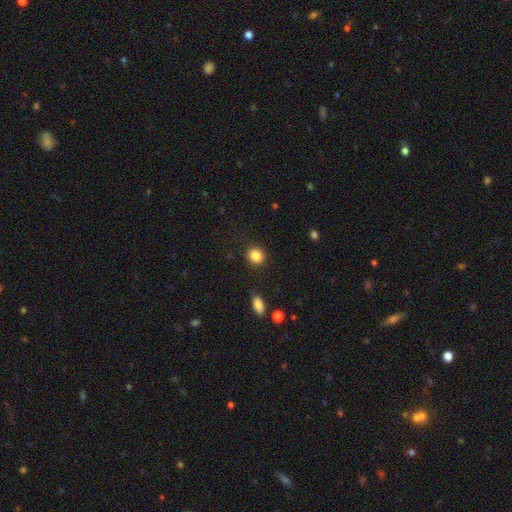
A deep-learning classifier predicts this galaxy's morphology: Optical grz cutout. It shows a smooth galaxy with no disk features (86%) that is round (83%). Merging: none (88%).